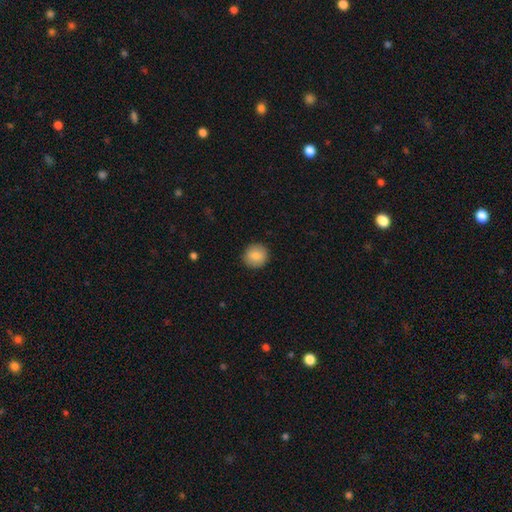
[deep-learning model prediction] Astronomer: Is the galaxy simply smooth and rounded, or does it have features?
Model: smooth — 86%.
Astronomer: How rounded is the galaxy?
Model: round — 92%.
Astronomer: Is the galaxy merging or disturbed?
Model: none — 91%.